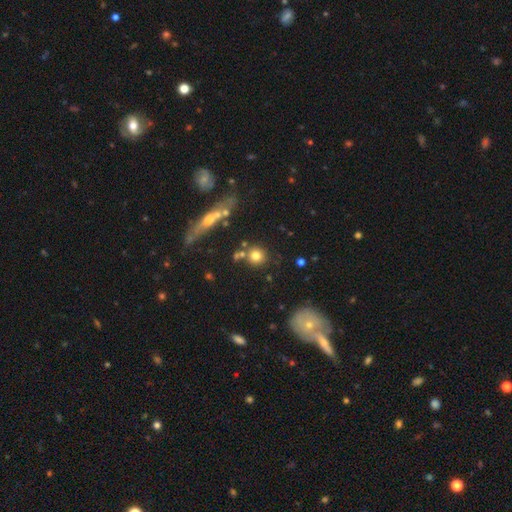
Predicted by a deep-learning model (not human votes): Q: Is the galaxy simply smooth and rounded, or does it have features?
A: smooth — 76%.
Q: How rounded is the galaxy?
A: round — 90%.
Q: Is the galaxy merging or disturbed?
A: none — 72%.